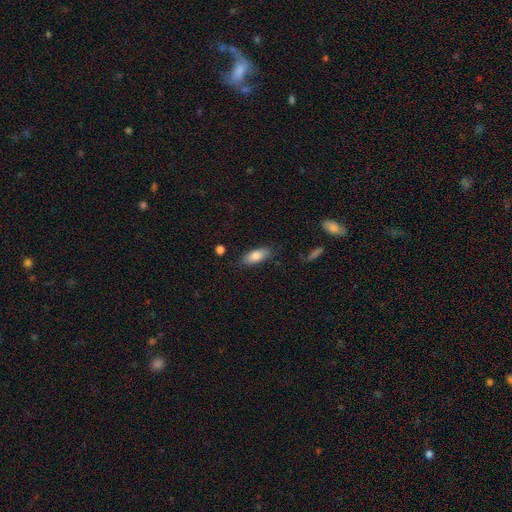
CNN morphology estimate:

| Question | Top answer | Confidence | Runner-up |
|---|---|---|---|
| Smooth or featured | smooth | 83% | featured or disk (10%) |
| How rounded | in between | 82% | cigar-shaped (16%) |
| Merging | none | 81% | minor disturbance (14%) |